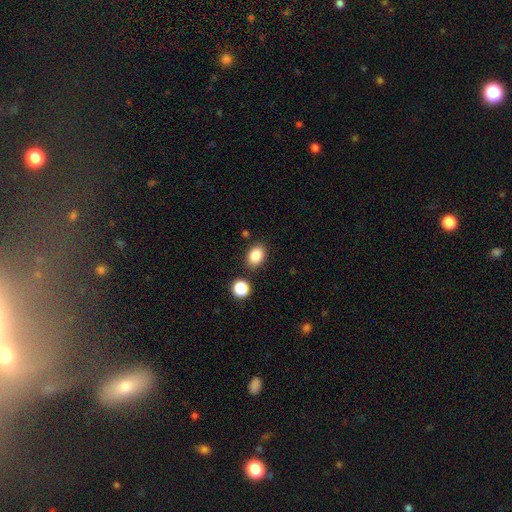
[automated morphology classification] smooth-or-featured: smooth: 86% | star or artifact: 9% | featured or disk: 5%
  how-rounded: in between: 70% | round: 29% | cigar-shaped: 1%
  merging: none: 83% | minor disturbance: 10% | merger: 5% | major disturbance: 3%